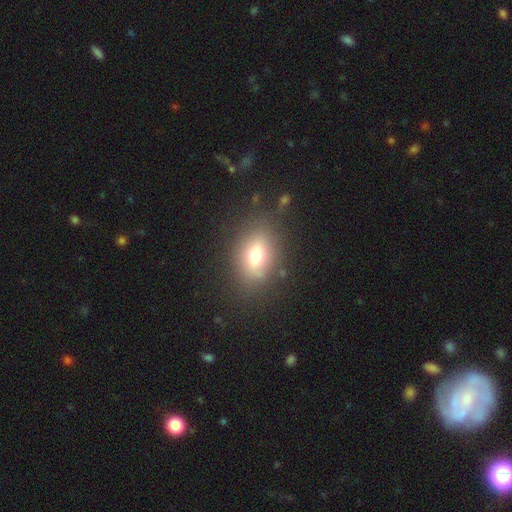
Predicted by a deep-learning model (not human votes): smooth-or-featured: smooth: 68% | featured or disk: 20% | star or artifact: 12%
  how-rounded: in between: 70% | round: 27% | cigar-shaped: 3%
  merging: none: 77% | minor disturbance: 15% | major disturbance: 6% | merger: 3%